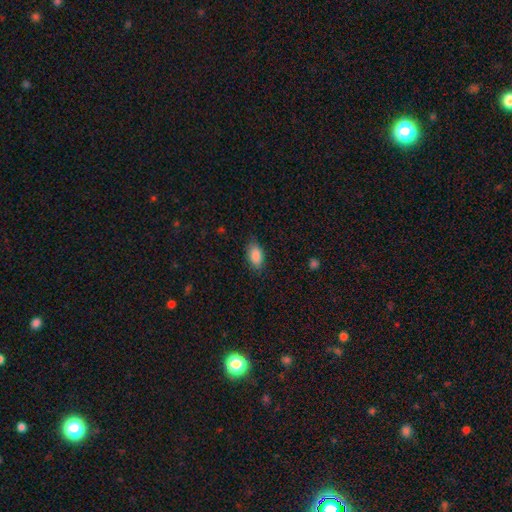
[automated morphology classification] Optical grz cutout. It shows a smooth galaxy with no disk features (87%) that is in between round and cigar-shaped (91%). Merging: none (80%).